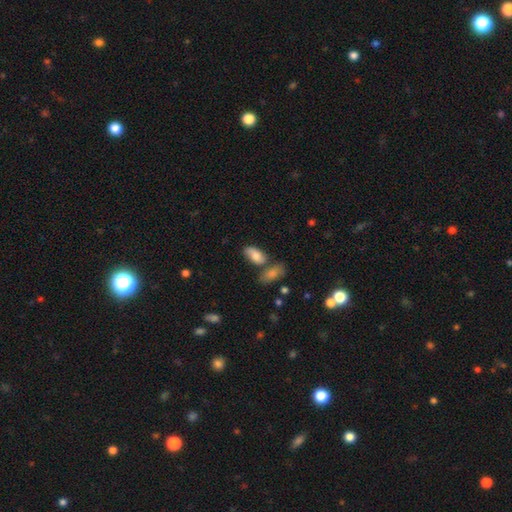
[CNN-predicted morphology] Overall: smooth (80%). How rounded: in between (92%). Merging: none (51%; merger 26%).